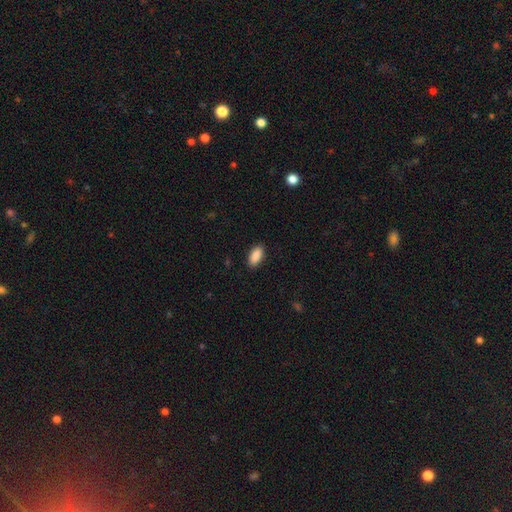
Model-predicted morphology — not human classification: This is clearly a smooth galaxy (90%). How rounded: clearly in between (90%). Merging: clearly none (89%).